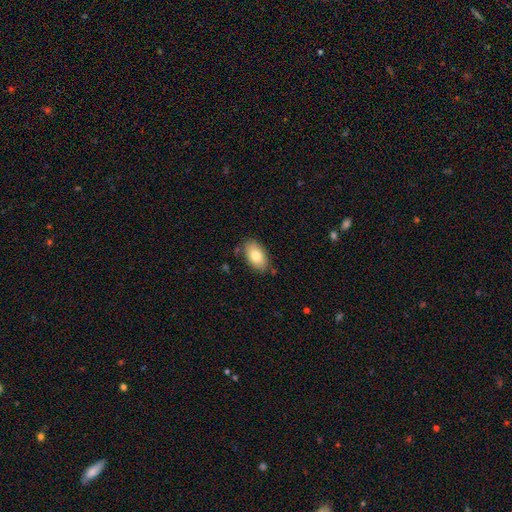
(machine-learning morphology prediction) The model was most divided on "merging": none: 80%, minor disturbance: 14%, major disturbance: 3%, merger: 3%. More confident: how rounded — in between (93%); smooth or featured — smooth (80%).